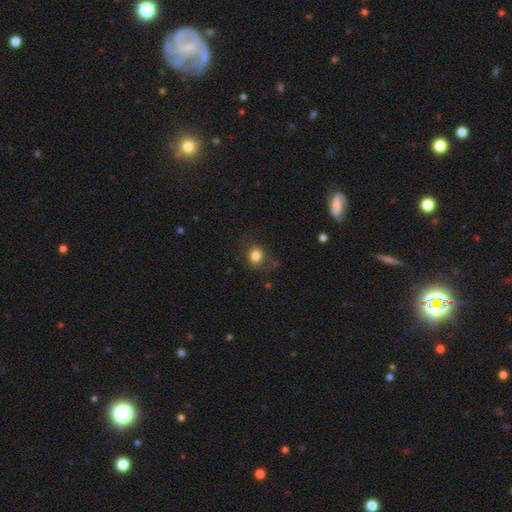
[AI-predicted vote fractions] The model was most divided on "merging": none: 70%, minor disturbance: 19%, major disturbance: 9%, merger: 2%. More confident: smooth or featured — smooth (82%); how rounded — round (75%).